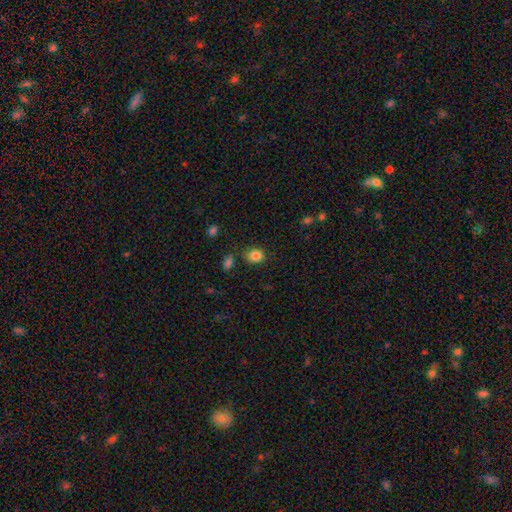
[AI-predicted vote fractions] Smooth or featured?
  - smooth: 85% *
  - star or artifact: 10%
  - featured or disk: 5%
How rounded?
  - round: 55% *
  - in between: 44%
  - cigar-shaped: 1%
Merging?
  - none: 80% *
  - minor disturbance: 12%
  - merger: 5%
  - major disturbance: 3%